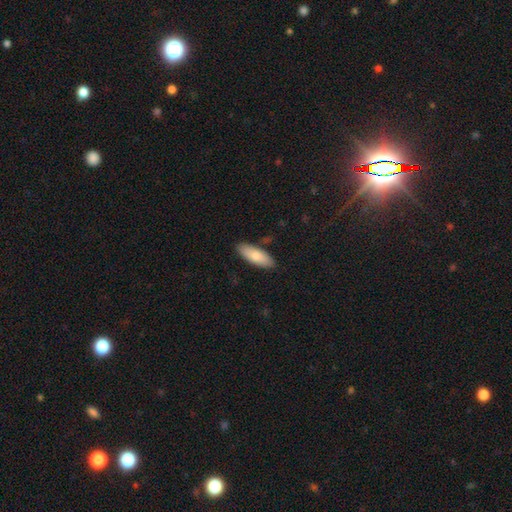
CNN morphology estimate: Smooth or featured?
  - smooth: 81% *
  - featured or disk: 13%
  - star or artifact: 6%
How rounded?
  - in between: 73% *
  - cigar-shaped: 25%
  - round: 2%
Merging?
  - none: 85% *
  - minor disturbance: 10%
  - merger: 2%
  - major disturbance: 2%